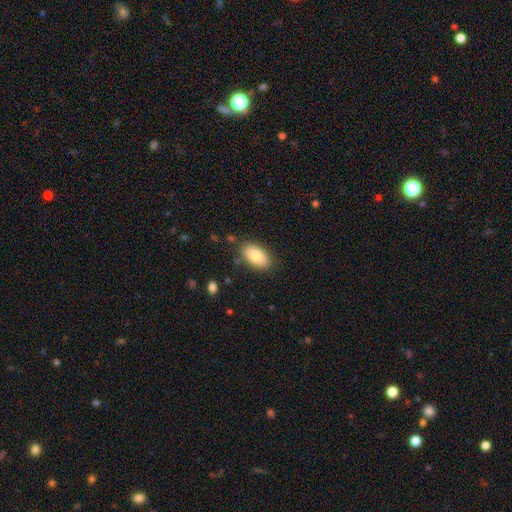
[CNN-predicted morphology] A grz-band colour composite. It shows a smooth galaxy with no disk features (84%) that is in between round and cigar-shaped (93%). Merging: none (83%).